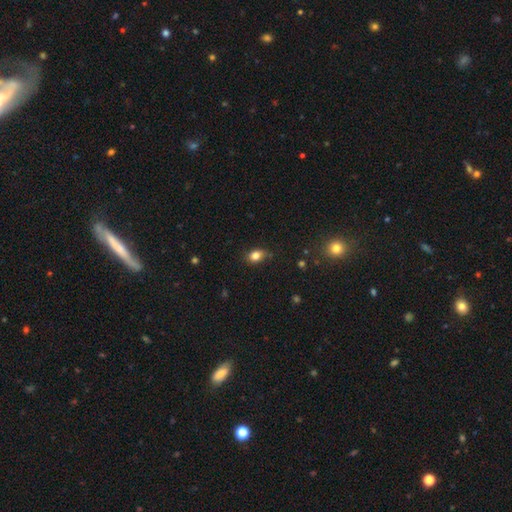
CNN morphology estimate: smooth_or_featured: smooth (p=0.81) [alt: star or artifact p=0.11]
how_rounded: in between (p=0.63) [alt: round p=0.35]
merging: none (p=0.72) [alt: minor disturbance p=0.22]